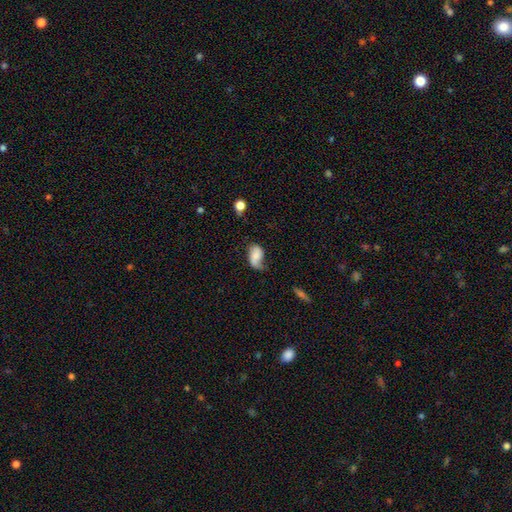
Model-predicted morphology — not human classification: Smooth or featured: smooth — 51% (featured or disk — 41%)
How rounded: in between — 89% (round — 9%)
Merging: none — 39% (minor disturbance — 36%)